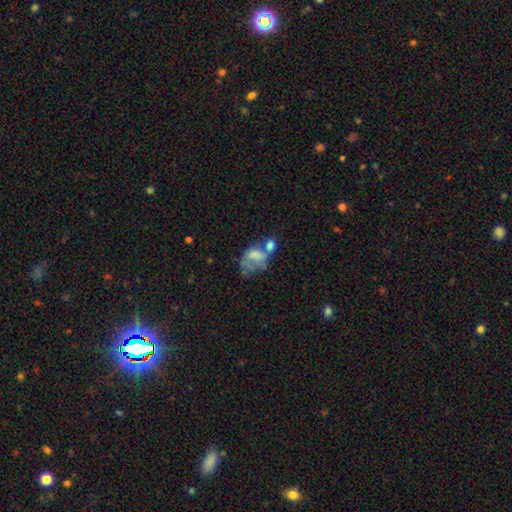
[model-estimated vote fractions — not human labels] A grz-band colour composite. It shows a smooth galaxy with no disk features (53%) that is in between round and cigar-shaped (75%). Merging: merger (44%).